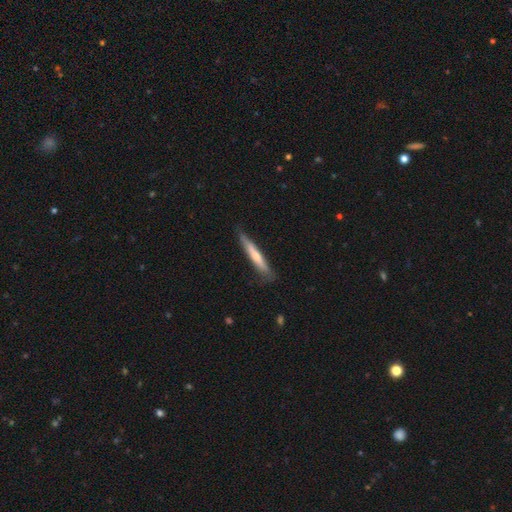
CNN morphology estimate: Smooth or featured? Predicted: smooth (p=0.48). Merging? Predicted: none (p=0.82).